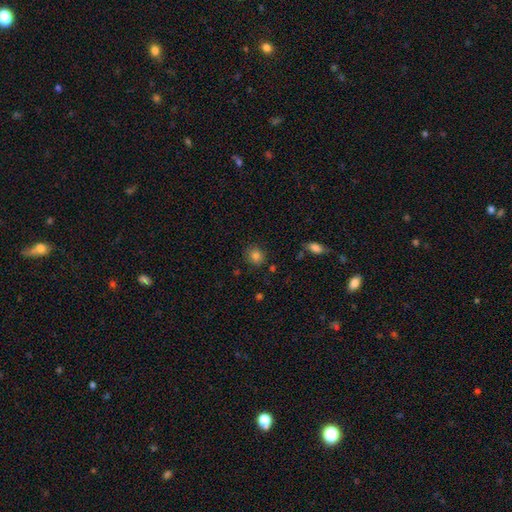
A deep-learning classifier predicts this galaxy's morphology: Smooth or featured? Predicted: smooth (p=0.83). How rounded? Predicted: round (p=0.77). Merging? Predicted: none (p=0.84).